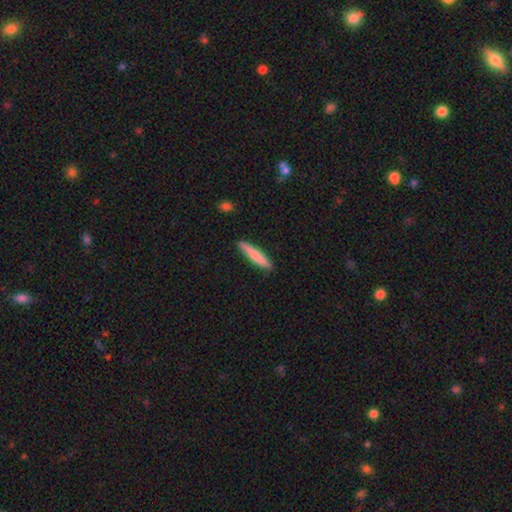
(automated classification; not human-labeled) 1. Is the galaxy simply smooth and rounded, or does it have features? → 75% smooth, 20% featured or disk, 5% star or artifact.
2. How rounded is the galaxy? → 91% cigar-shaped, 8% in between, 1% round.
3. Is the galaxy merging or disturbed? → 87% none, 10% minor disturbance, 2% major disturbance, 1% merger.